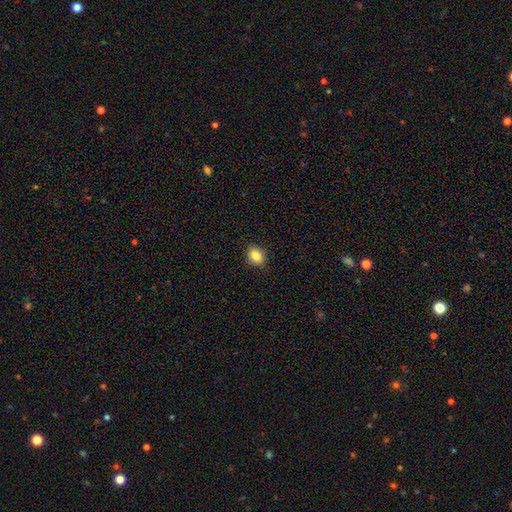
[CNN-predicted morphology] Overall: smooth (86%). How rounded: in between (63%; round 36%). Merging: none (89%).